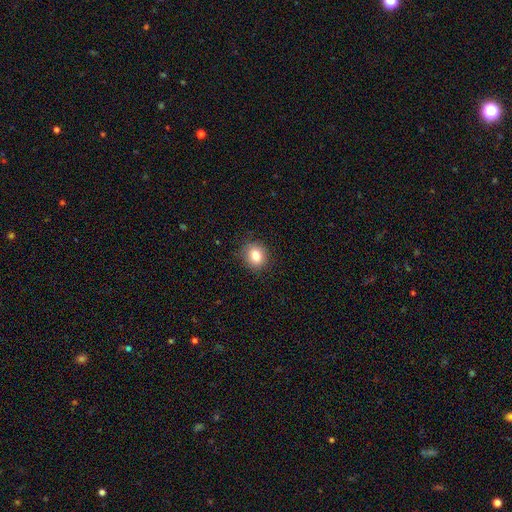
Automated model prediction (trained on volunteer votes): smooth 82%, star or artifact 10%, featured or disk 8%. Down the decision tree: how rounded — round (73%); merging — none (88%).